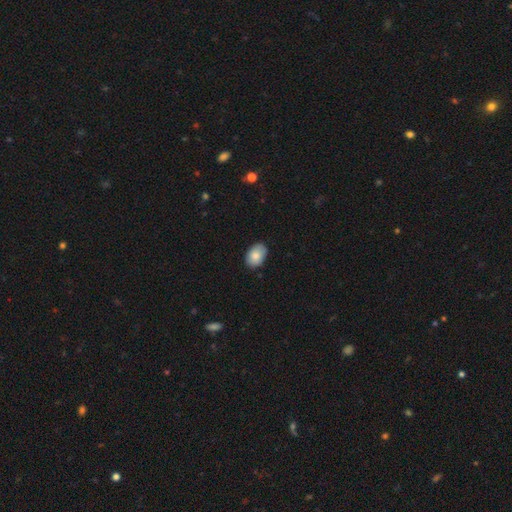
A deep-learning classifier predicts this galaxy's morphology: type=smooth (84%); roundness=in between (84%); merging=none (85%).